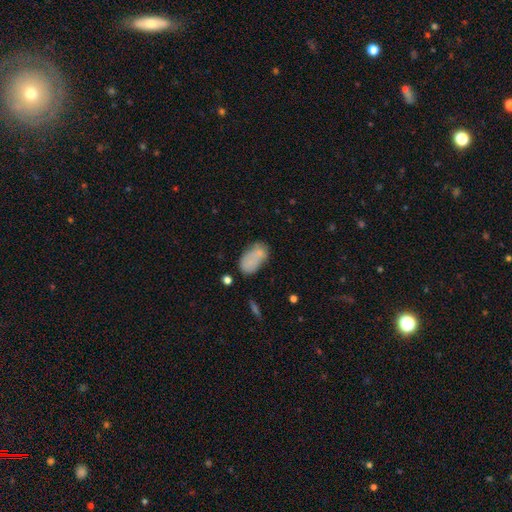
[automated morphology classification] smooth-or-featured: smooth: 76% | featured or disk: 15% | star or artifact: 9%
  how-rounded: in between: 92% | round: 5% | cigar-shaped: 3%
  merging: none: 47% | minor disturbance: 26% | merger: 16% | major disturbance: 10%